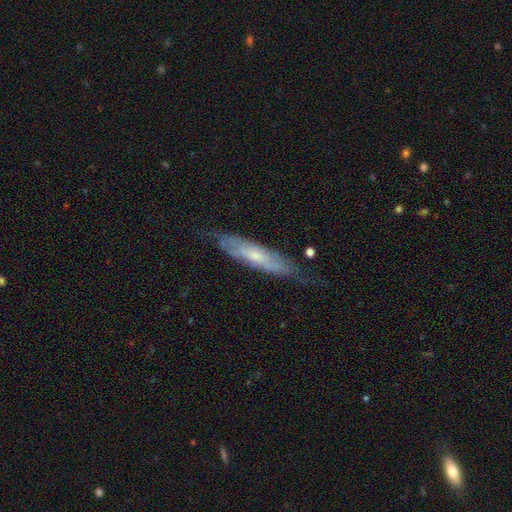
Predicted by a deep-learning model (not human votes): smooth-or-featured: featured or disk: 61% | smooth: 33% | star or artifact: 6%
  disk-edge-on: no: 51% | yes: 49%
  merging: none: 66% | minor disturbance: 25% | major disturbance: 7% | merger: 2%